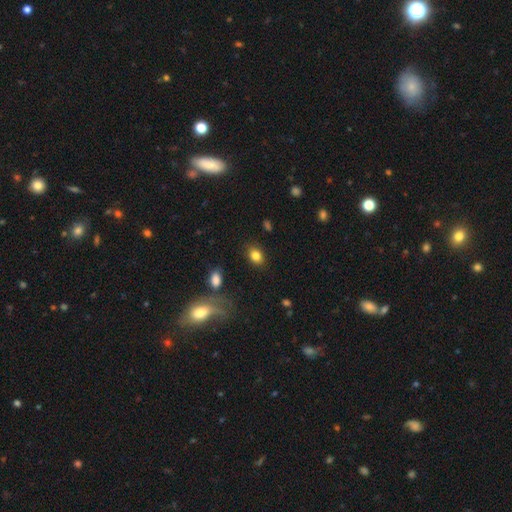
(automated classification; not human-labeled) smooth-or-featured: smooth: 82% | star or artifact: 10% | featured or disk: 8%
  how-rounded: in between: 69% | round: 30% | cigar-shaped: 1%
  merging: none: 83% | minor disturbance: 11% | major disturbance: 3% | merger: 2%